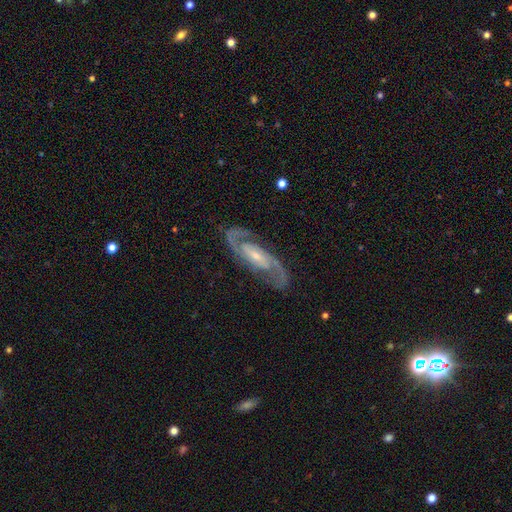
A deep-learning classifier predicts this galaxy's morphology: Overall: featured or disk (93%). Edge-on disk: no (96%). Bar: weak (39%; no 35%). Spiral arms: yes (98%). Spiral arm count: 2 (93%). Spiral winding: medium (57%; tight 32%). Bulge size: small (66%; moderate 28%). Merging: none (84%).